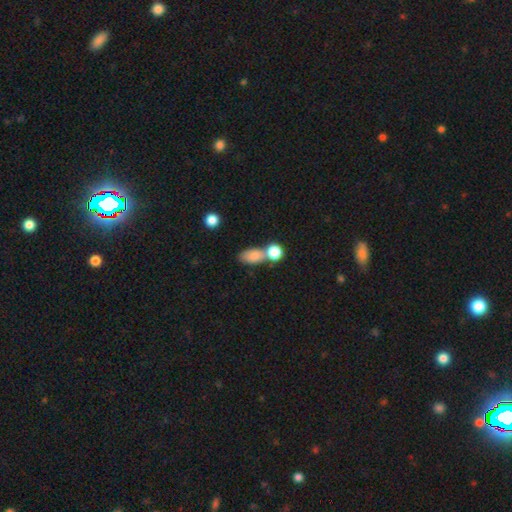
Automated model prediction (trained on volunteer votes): The model was most divided on "merging": none: 43%, merger: 40%, minor disturbance: 12%, major disturbance: 5%. More confident: smooth or featured — smooth (82%); how rounded — in between (78%).